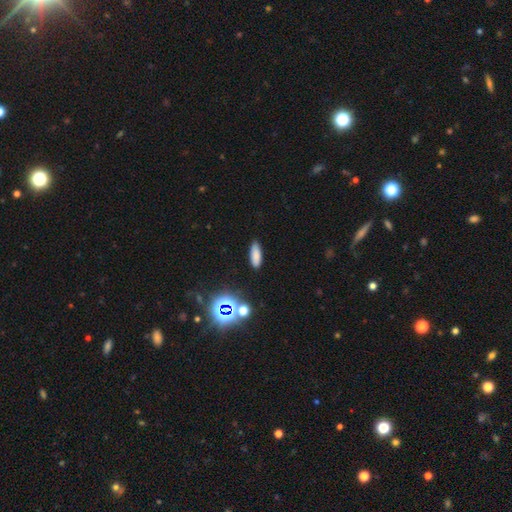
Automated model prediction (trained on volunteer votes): This appears to be a smooth galaxy with no disk features (79%) that is in between round and cigar-shaped (59%). Merging: none (87%).